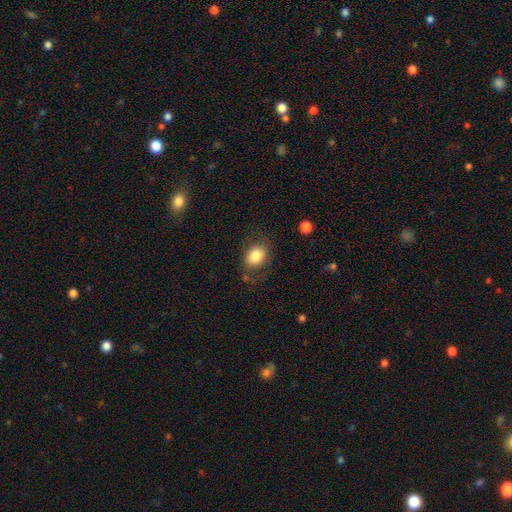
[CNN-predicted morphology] A smooth galaxy with no disk features (82%) that is in between round and cigar-shaped (64%). Merging: none (71%).